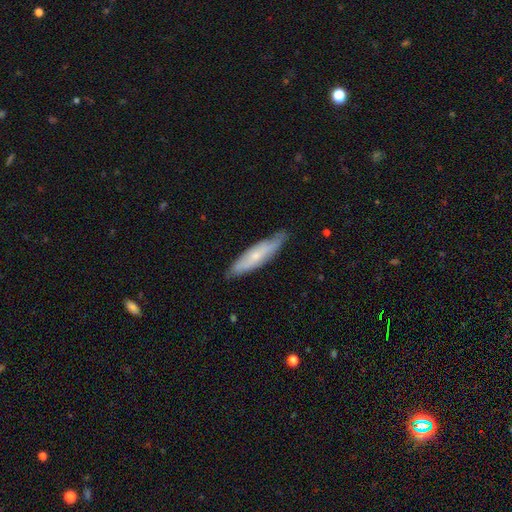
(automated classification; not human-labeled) A smooth galaxy with no disk features (49%).

Vote fractions:
- Smooth or featured? smooth: 49% / featured or disk: 46% / star or artifact: 6%
- Merging? none: 80% / minor disturbance: 16% / major disturbance: 2% / merger: 1%